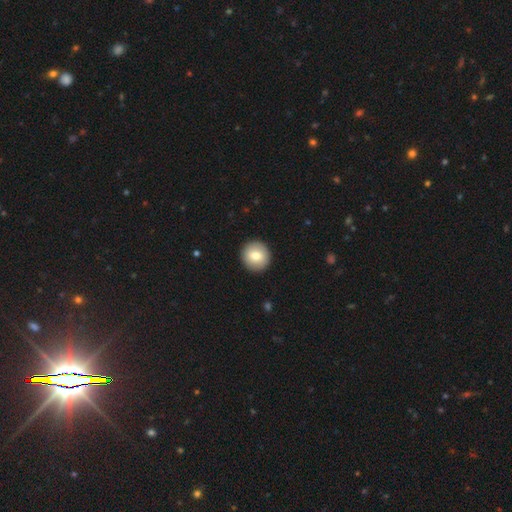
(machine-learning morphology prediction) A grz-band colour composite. It shows a smooth galaxy with no disk features (79%) that is round (94%). Merging: none (92%).